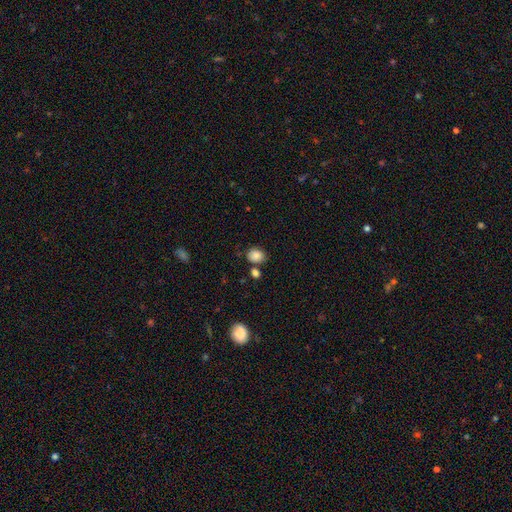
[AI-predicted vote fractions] Smooth or featured: smooth — 86% (star or artifact — 9%)
How rounded: round — 51% (in between — 48%)
Merging: none — 70% (minor disturbance — 15%)